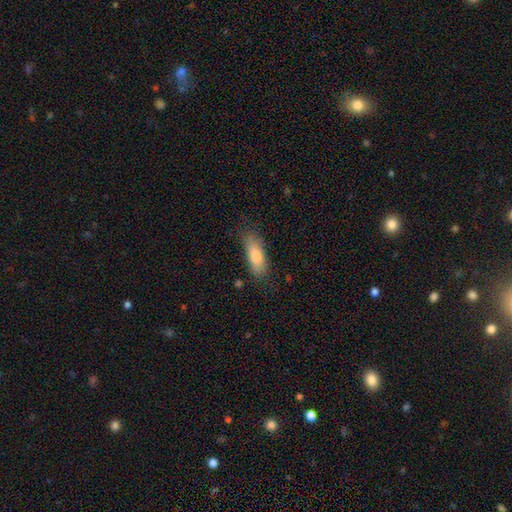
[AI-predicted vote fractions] A smooth galaxy with no disk features (77%) that is in between round and cigar-shaped (61%). Merging: none (75%).